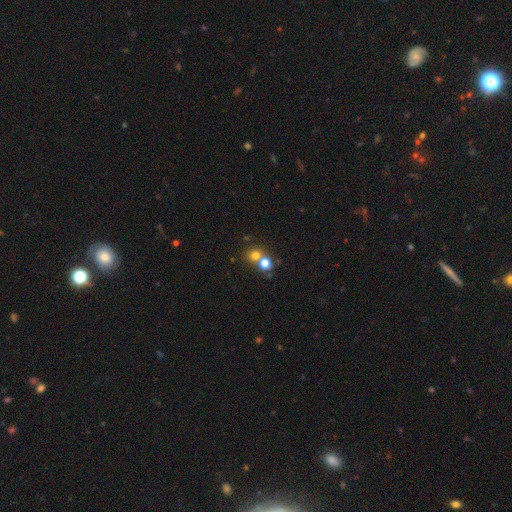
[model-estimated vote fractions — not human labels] Smooth or featured? smooth (71%)
How rounded? round (84%)
Merging? none (51%)